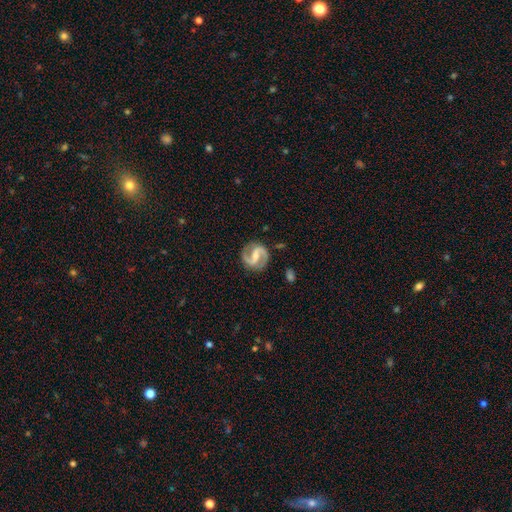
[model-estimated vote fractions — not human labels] The model was most divided on "bar": weak: 41%, strong: 40%, no: 19%. Remaining: edge-on disk — no (98%); spiral arms — yes (98%); spiral arm count — 2 (94%); smooth or featured — featured or disk (90%); merging — none (86%); spiral winding — medium (58%); bulge size — small (44%).